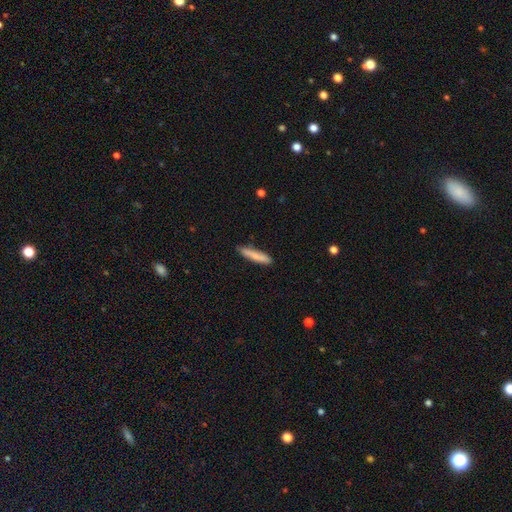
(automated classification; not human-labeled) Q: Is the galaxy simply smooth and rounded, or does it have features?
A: smooth — 81%.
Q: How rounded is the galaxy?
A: cigar-shaped — 90%.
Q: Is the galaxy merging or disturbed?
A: none — 84%.